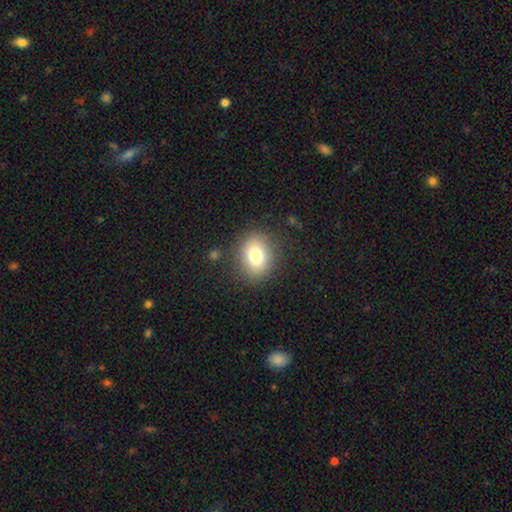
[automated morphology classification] This appears to be a smooth galaxy with no disk features (78%) that is round (51%). Merging: none (86%).